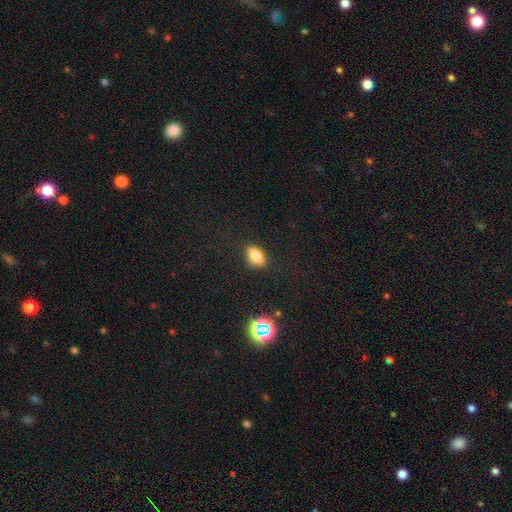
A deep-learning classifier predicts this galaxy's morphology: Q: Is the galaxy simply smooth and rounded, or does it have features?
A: smooth — 77%.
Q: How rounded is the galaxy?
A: in between — 84%.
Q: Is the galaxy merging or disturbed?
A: none — 83%.